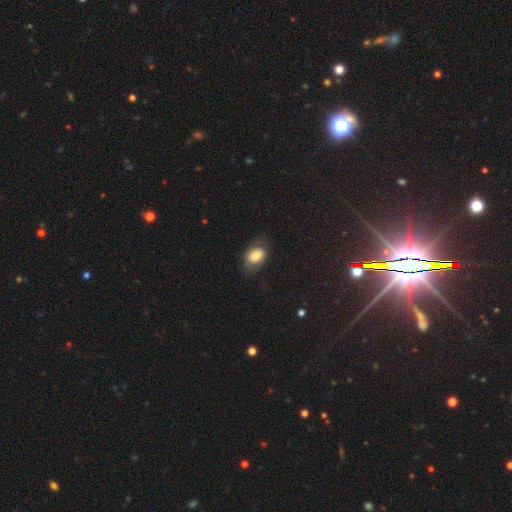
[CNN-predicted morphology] A smooth galaxy with no disk features (76%) that is in between round and cigar-shaped (78%).

Vote fractions:
- Smooth or featured? smooth: 76% / featured or disk: 15% / star or artifact: 9%
- How rounded? in between: 78% / round: 21% / cigar-shaped: 1%
- Merging? none: 71% / minor disturbance: 20% / major disturbance: 8% / merger: 1%